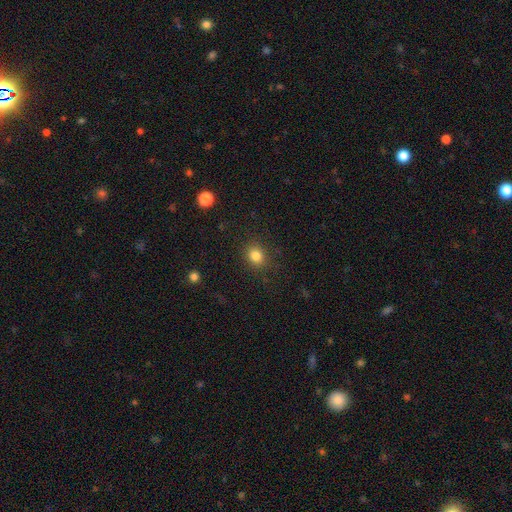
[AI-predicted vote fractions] Smooth or featured? Predicted: smooth (p=0.82). How rounded? Predicted: round (p=0.69). Merging? Predicted: none (p=0.86).